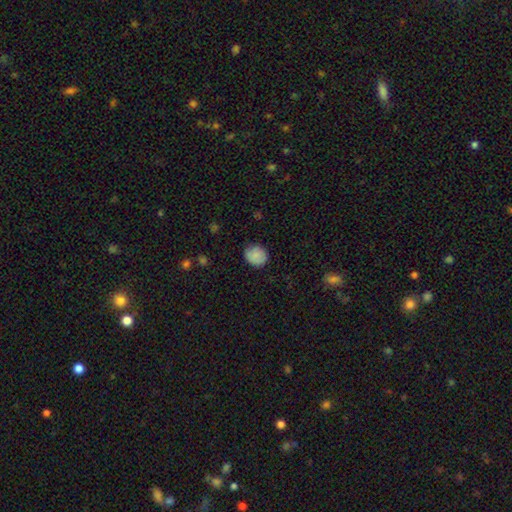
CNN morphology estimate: smooth 85%, star or artifact 8%, featured or disk 6%. Down the decision tree: how rounded — round (70%); merging — none (77%).